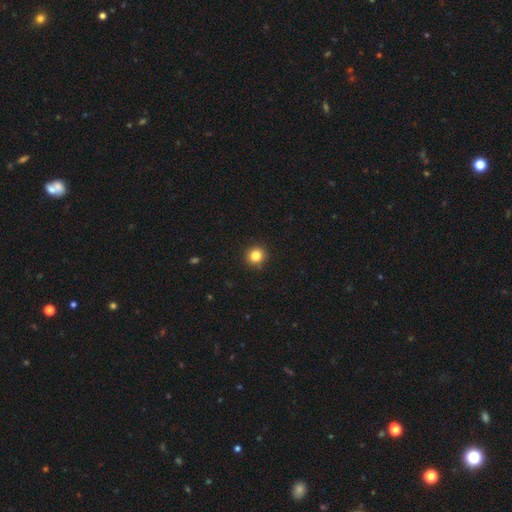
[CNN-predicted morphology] Smooth or featured? smooth (83%)
How rounded? round (94%)
Merging? none (92%)